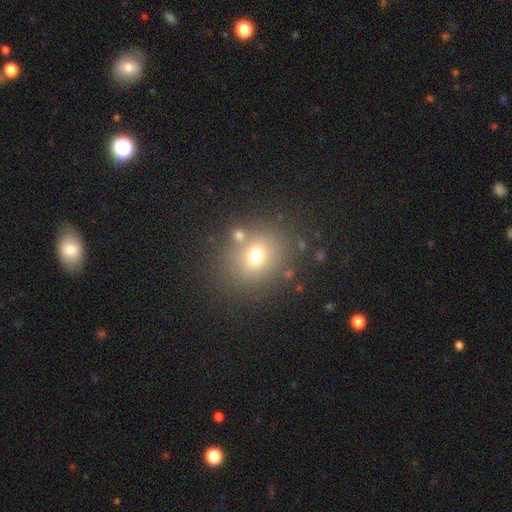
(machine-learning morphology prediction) smooth 69%, star or artifact 17%, featured or disk 14%. Down the decision tree: how rounded — round (63%); merging — none (73%).